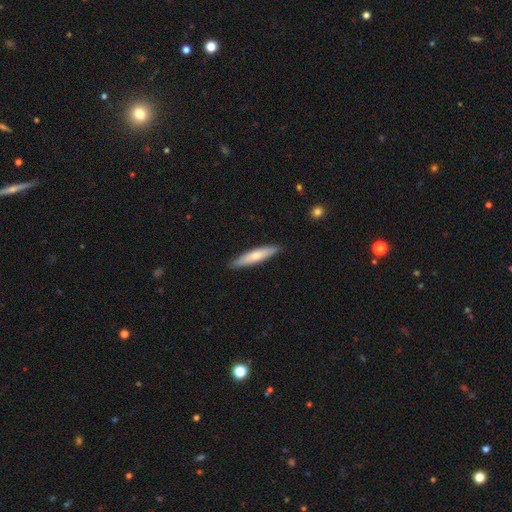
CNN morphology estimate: Smooth or featured?
  - smooth: 64% *
  - featured or disk: 31%
  - star or artifact: 5%
How rounded?
  - cigar-shaped: 84% *
  - in between: 15%
  - round: 1%
Merging?
  - none: 89% *
  - minor disturbance: 8%
  - major disturbance: 2%
  - merger: 1%